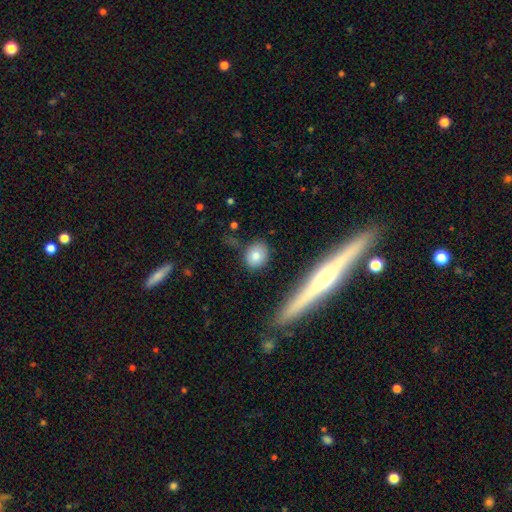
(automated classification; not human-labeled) Smooth or featured? Predicted: smooth (p=0.80). How rounded? Predicted: round (p=0.74). Merging? Predicted: none (p=0.81).